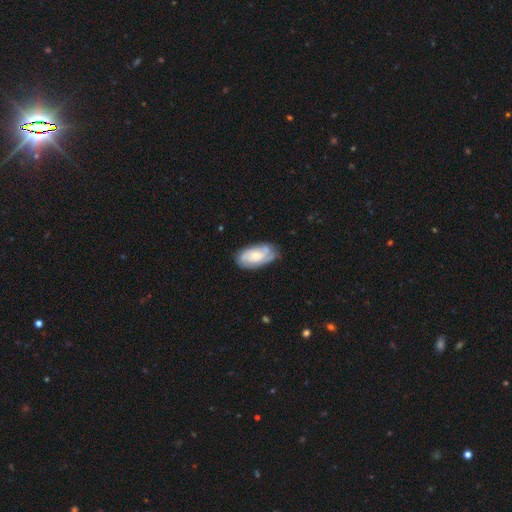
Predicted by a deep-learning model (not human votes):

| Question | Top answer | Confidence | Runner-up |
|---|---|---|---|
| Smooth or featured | featured or disk | 66% | smooth (28%) |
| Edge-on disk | no | 95% | yes (5%) |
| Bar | no | 74% | weak (22%) |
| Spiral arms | yes | 87% | no (13%) |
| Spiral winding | tight | 60% | medium (31%) |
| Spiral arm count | can't tell | 39% | 2 (29%) |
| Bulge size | small | 52% | moderate (39%) |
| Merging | none | 71% | minor disturbance (21%) |